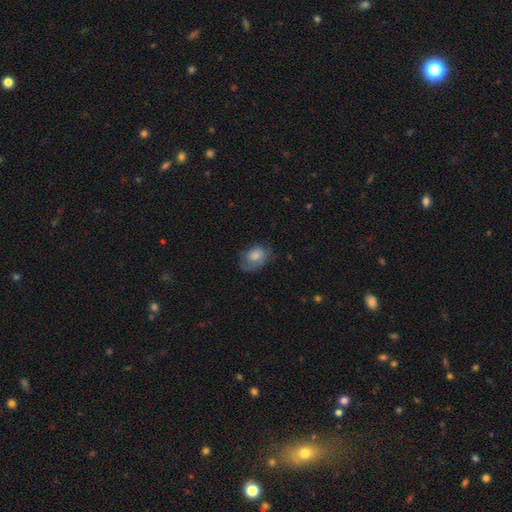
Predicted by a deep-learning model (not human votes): Morphology: type=smooth (78%); roundness=in between (72%); merging=none (57%).